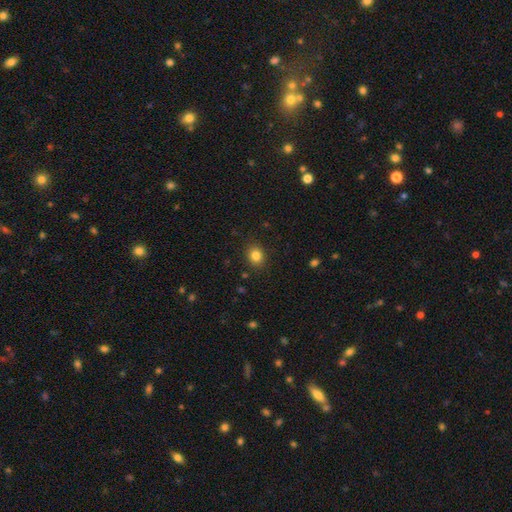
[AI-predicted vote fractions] Q: Smooth or featured?
A: smooth (83%); runner-up: star or artifact (11%)
Q: How rounded?
A: round (64%); runner-up: in between (35%)
Q: Merging?
A: none (88%); runner-up: minor disturbance (9%)